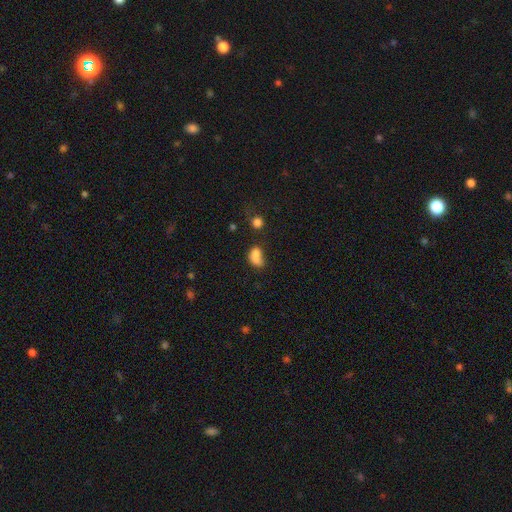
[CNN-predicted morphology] This appears to be a smooth galaxy with no disk features (72%) that is in between round and cigar-shaped (64%). Merging: merger (42%).